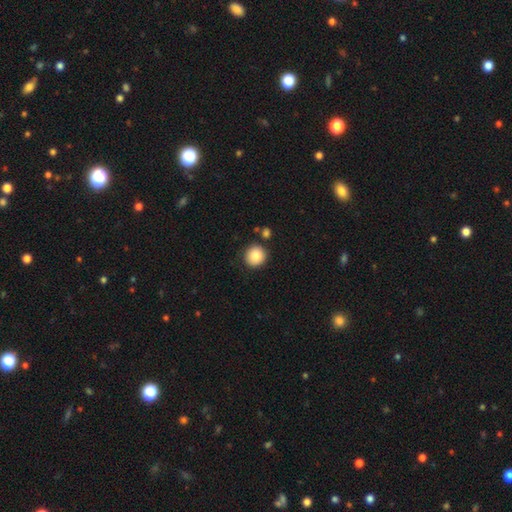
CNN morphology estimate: A smooth galaxy with no disk features (86%) that is round (91%). Merging: none (85%).